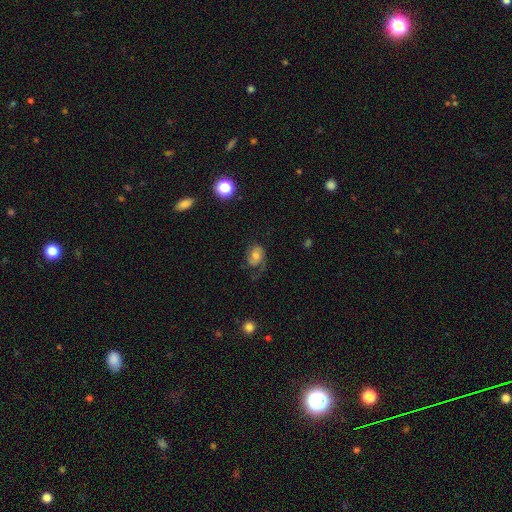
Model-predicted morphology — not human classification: type=featured or disk (54%); edge-on=no (97%); bar=no (69%); spiral arms=yes (85%); bulge=moderate (56%); merging=none (46%).